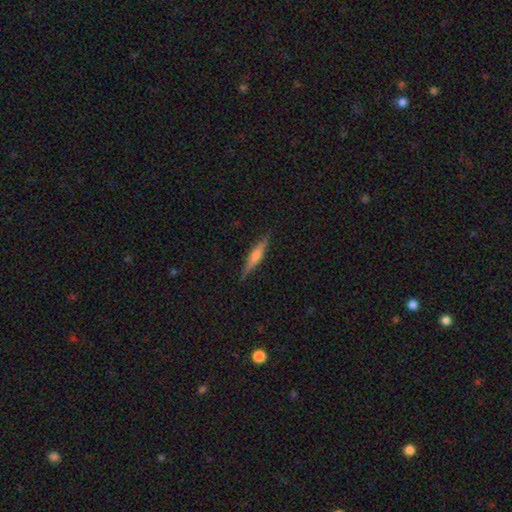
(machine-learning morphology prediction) Smooth or featured? featured or disk (60%)
Edge-on disk? yes (97%)
Edge-on bulge? rounded (81%)
Merging? none (89%)